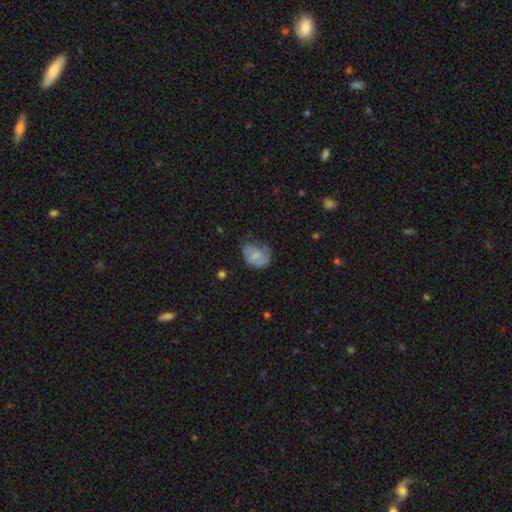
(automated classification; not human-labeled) The model was most divided on "merging": none: 44%, minor disturbance: 34%, major disturbance: 19%, merger: 2%. More confident: smooth or featured — smooth (63%); how rounded — in between (58%).